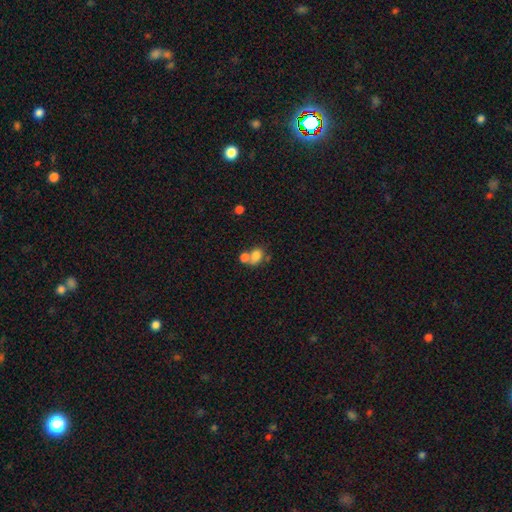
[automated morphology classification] smooth 77%, featured or disk 13%, star or artifact 10%. Down the decision tree: how rounded — in between (59%); merging — merger (55%).